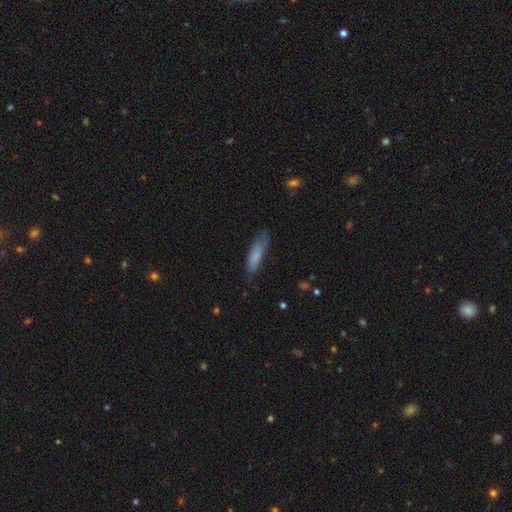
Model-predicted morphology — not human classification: This appears to be a smooth galaxy with no disk features (77%) that is cigar-shaped (63%). Merging: none (67%).